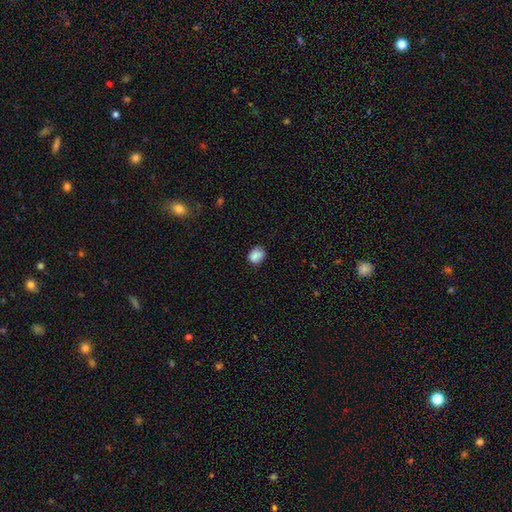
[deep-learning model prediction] A smooth galaxy with no disk features (87%) that is round (52%). Merging: none (75%).